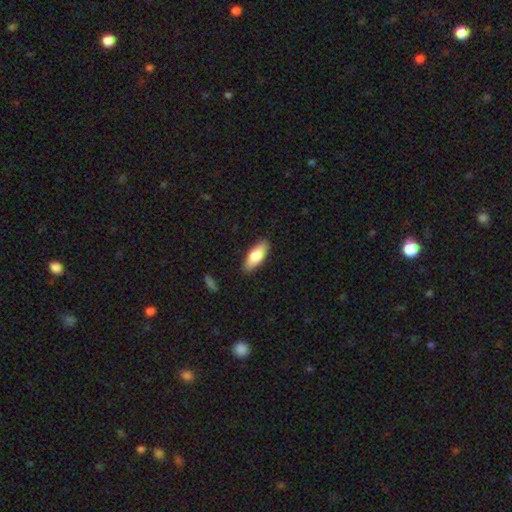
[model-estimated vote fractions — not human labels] Smooth or featured: smooth — 74% (featured or disk — 20%)
How rounded: in between — 75% (cigar-shaped — 23%)
Merging: none — 88% (minor disturbance — 9%)